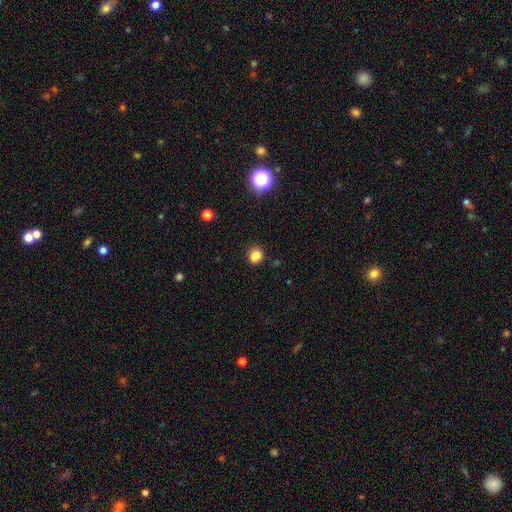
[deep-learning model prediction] smooth_or_featured: smooth (p=0.82) [alt: star or artifact p=0.13]
how_rounded: round (p=0.71) [alt: in between p=0.28]
merging: none (p=0.77) [alt: minor disturbance p=0.15]